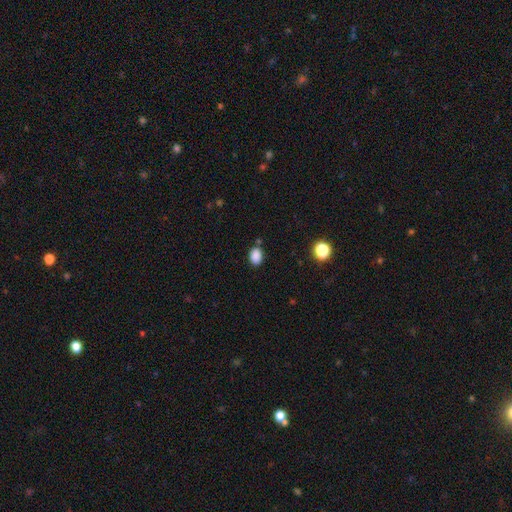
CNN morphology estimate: Smooth or featured?
  - smooth: 86% *
  - star or artifact: 10%
  - featured or disk: 3%
How rounded?
  - in between: 71% *
  - round: 28%
  - cigar-shaped: 1%
Merging?
  - none: 77% *
  - minor disturbance: 14%
  - merger: 5%
  - major disturbance: 3%